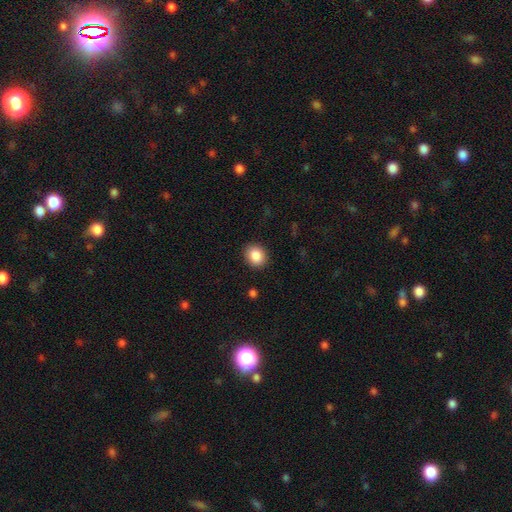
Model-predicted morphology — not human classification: smooth 87%, star or artifact 9%, featured or disk 4%. Down the decision tree: how rounded — round (67%); merging — none (90%).